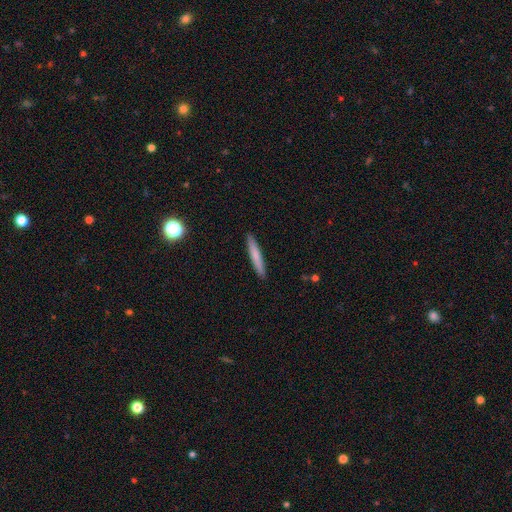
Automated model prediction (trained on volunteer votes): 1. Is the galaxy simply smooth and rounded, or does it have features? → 73% smooth, 21% featured or disk, 7% star or artifact.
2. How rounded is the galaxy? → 94% cigar-shaped, 4% in between, 1% round.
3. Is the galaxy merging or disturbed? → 91% none, 6% minor disturbance, 1% major disturbance, 1% merger.